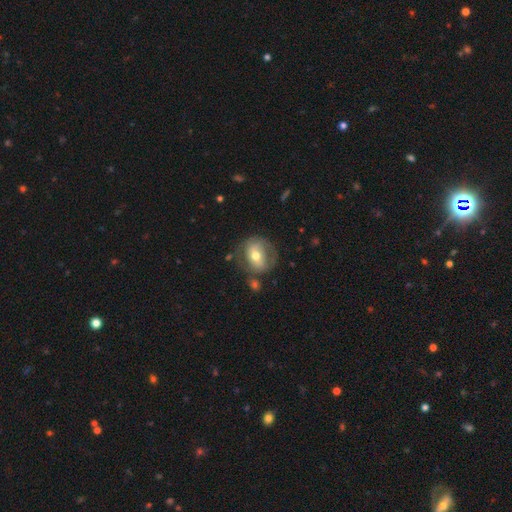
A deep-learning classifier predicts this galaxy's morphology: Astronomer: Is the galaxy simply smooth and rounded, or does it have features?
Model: featured or disk — 52% (runner-up: smooth, 41%).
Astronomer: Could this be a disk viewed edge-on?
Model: no — 95%.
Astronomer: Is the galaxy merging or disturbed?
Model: none — 57%.